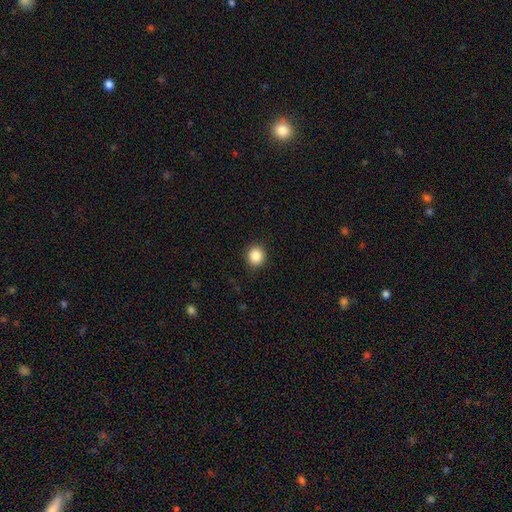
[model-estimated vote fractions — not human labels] smooth-or-featured: smooth: 86% | star or artifact: 10% | featured or disk: 4%
  how-rounded: round: 89% | in between: 10% | cigar-shaped: 1%
  merging: none: 92% | minor disturbance: 6% | major disturbance: 2% | merger: 1%